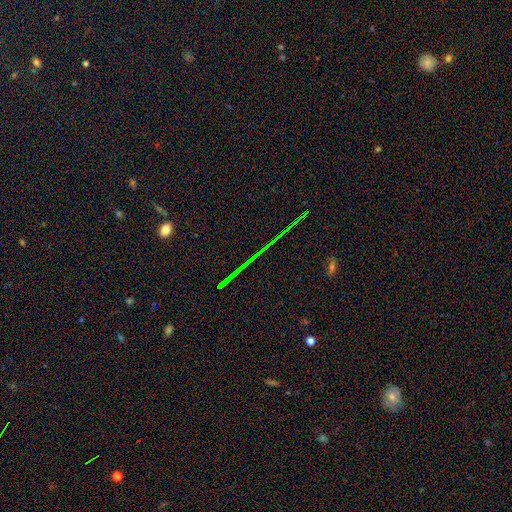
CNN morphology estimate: Overall: star or artifact (76%).